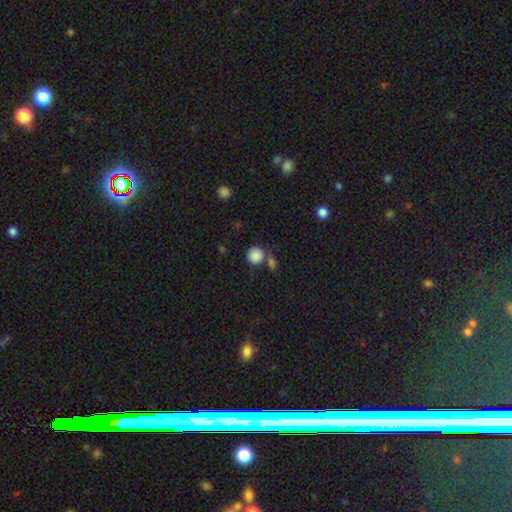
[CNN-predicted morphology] Smooth or featured? Predicted: smooth (p=0.87). How rounded? Predicted: round (p=0.91). Merging? Predicted: none (p=0.63).